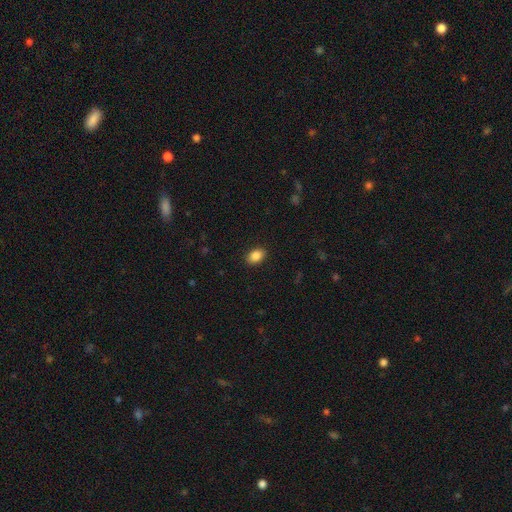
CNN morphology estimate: smooth 87%, star or artifact 8%, featured or disk 5%. Down the decision tree: how rounded — in between (83%); merging — none (89%).